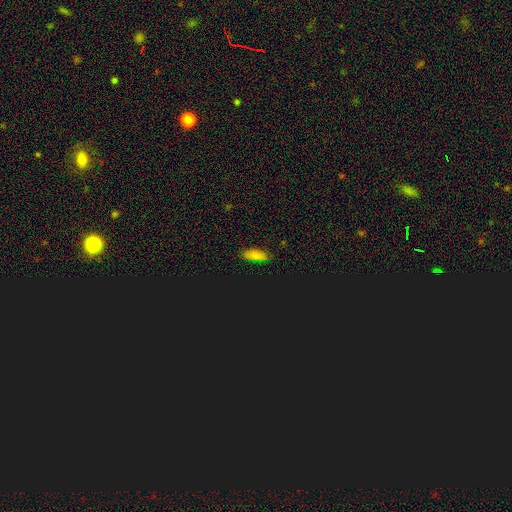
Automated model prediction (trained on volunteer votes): smooth 64%, star or artifact 28%, featured or disk 7%. Down the decision tree: how rounded — in between (74%); merging — none (81%).